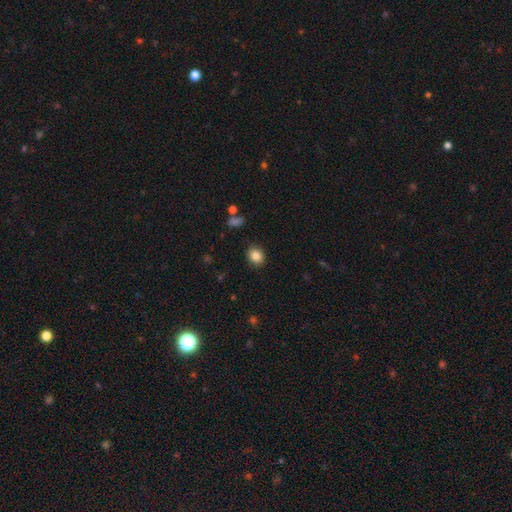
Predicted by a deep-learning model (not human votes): smooth-or-featured: smooth: 86% | star or artifact: 9% | featured or disk: 5%
  how-rounded: round: 62% | in between: 37% | cigar-shaped: 1%
  merging: none: 88% | minor disturbance: 8% | major disturbance: 2% | merger: 1%